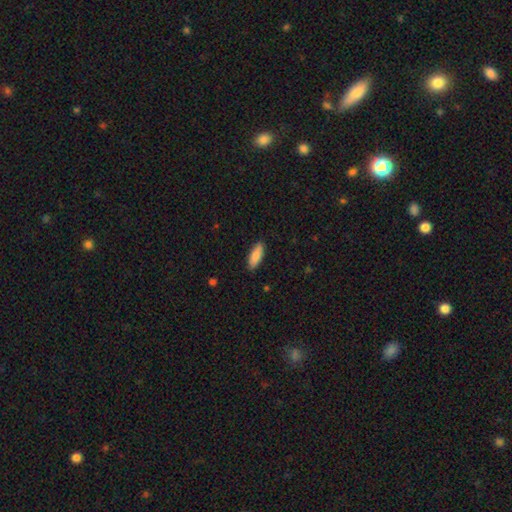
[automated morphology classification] Smooth or featured: smooth — 87% (featured or disk — 7%)
How rounded: in between — 72% (cigar-shaped — 27%)
Merging: none — 88% (minor disturbance — 9%)